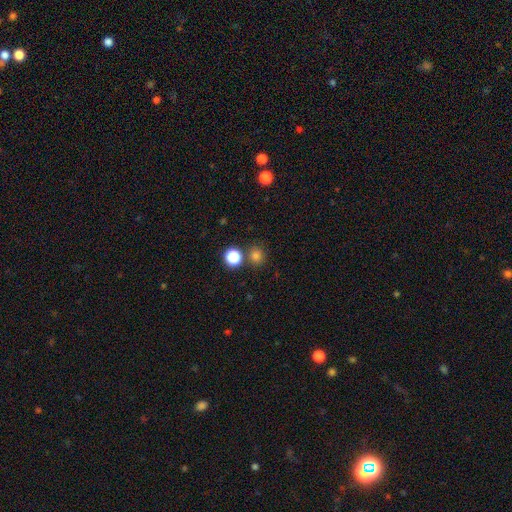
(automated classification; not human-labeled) This is likely a smooth galaxy (77%). How rounded: clearly round (88%). Merging: likely none (78%).